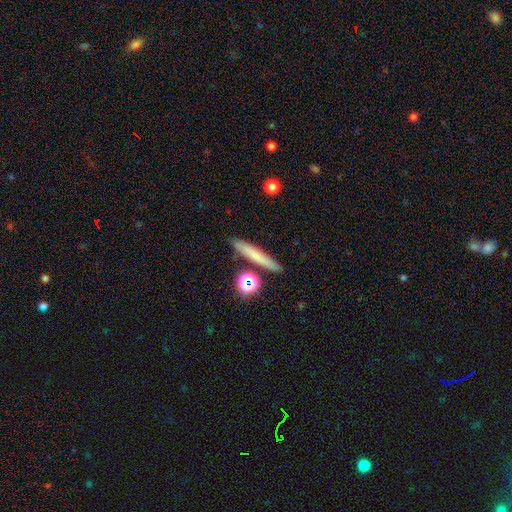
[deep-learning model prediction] Smooth or featured? Predicted: smooth (p=0.65). How rounded? Predicted: cigar-shaped (p=0.86). Merging? Predicted: none (p=0.82).